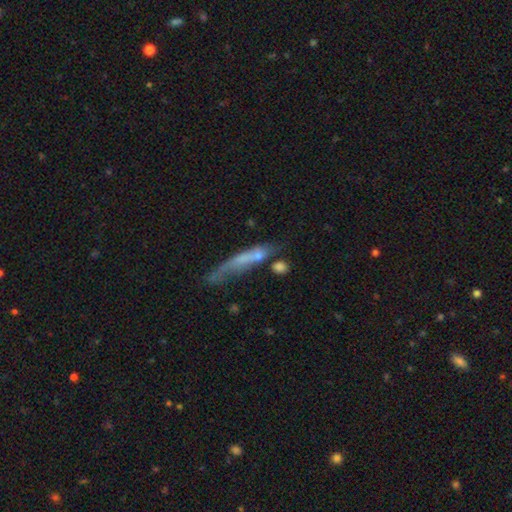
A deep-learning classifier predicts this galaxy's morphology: Smooth or featured?
  - smooth: 50% *
  - featured or disk: 40%
  - star or artifact: 10%
Merging?
  - none: 36% *
  - minor disturbance: 23%
  - major disturbance: 21%
  - merger: 20%